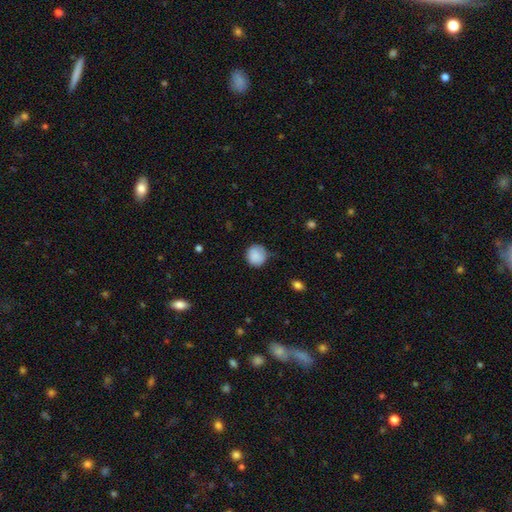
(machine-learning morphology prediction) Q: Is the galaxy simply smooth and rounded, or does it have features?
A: smooth — 86%.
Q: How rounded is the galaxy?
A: round — 88%.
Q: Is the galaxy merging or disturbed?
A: none — 71%.